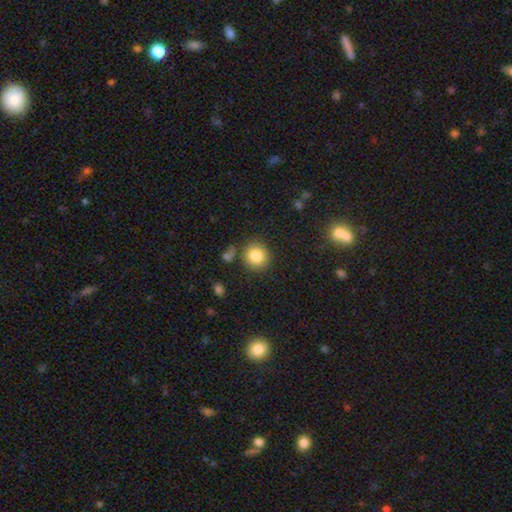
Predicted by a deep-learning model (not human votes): Overall: smooth (83%). How rounded: round (89%). Merging: none (83%).